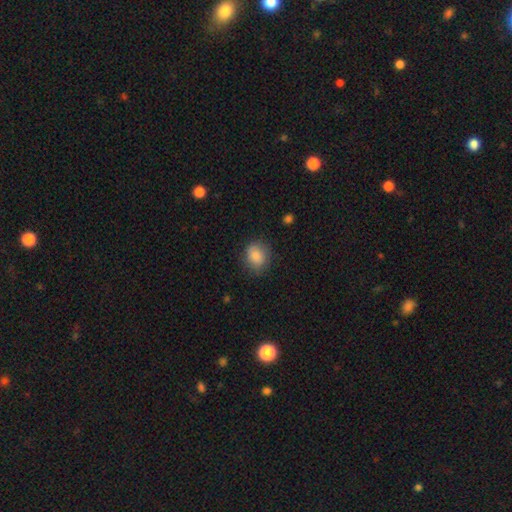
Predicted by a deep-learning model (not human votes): smooth 84%, star or artifact 9%, featured or disk 7%. Down the decision tree: how rounded — round (64%); merging — none (80%).